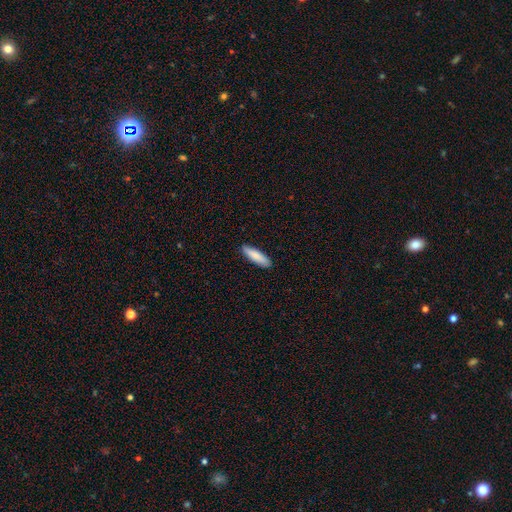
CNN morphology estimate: This is clearly a smooth galaxy (86%). How rounded: likely cigar-shaped (67%). Merging: clearly none (89%).